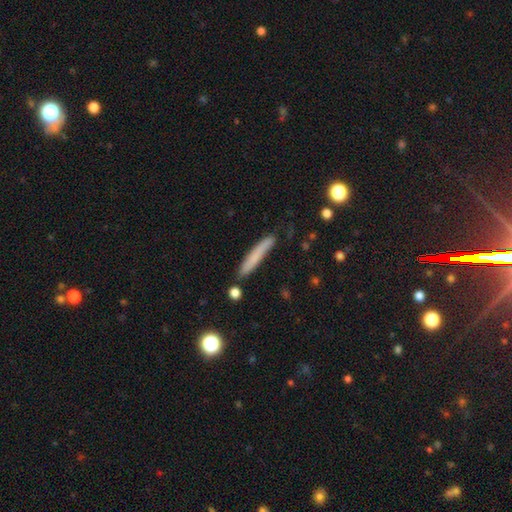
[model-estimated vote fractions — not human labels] smooth 72%, featured or disk 21%, star or artifact 7%. Down the decision tree: how rounded — cigar-shaped (95%); merging — none (79%).